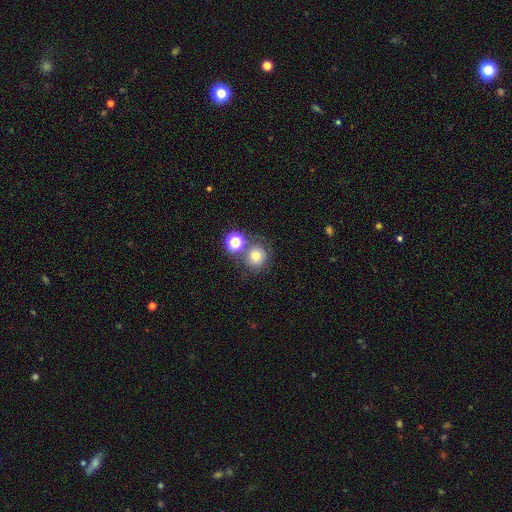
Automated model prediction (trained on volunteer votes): The model was most divided on "merging": none: 61%, merger: 23%, minor disturbance: 11%, major disturbance: 5%. More confident: how rounded — round (88%); smooth or featured — smooth (72%).